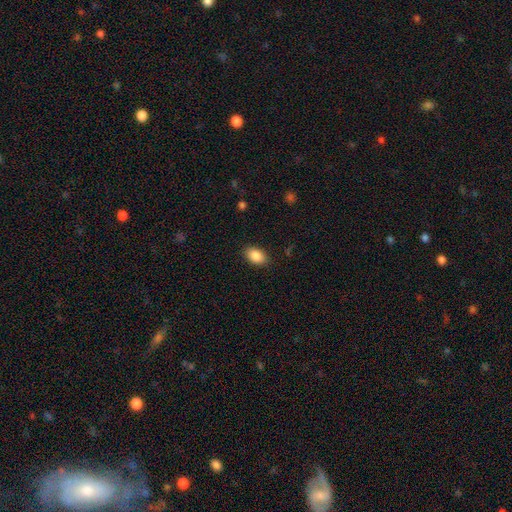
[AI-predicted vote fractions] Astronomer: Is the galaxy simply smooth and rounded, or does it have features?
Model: smooth — 88%.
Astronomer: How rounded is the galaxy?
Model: in between — 88%.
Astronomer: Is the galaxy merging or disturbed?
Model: none — 88%.